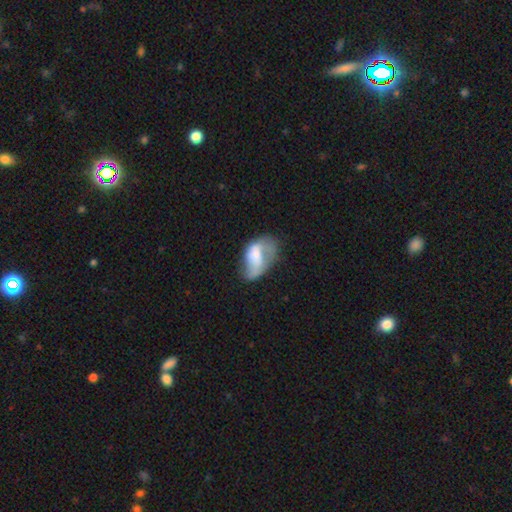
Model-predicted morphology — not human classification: Smooth or featured?
  - smooth: 48% *
  - featured or disk: 44%
  - star or artifact: 8%
Merging?
  - major disturbance: 36% *
  - minor disturbance: 29%
  - none: 27%
  - merger: 8%